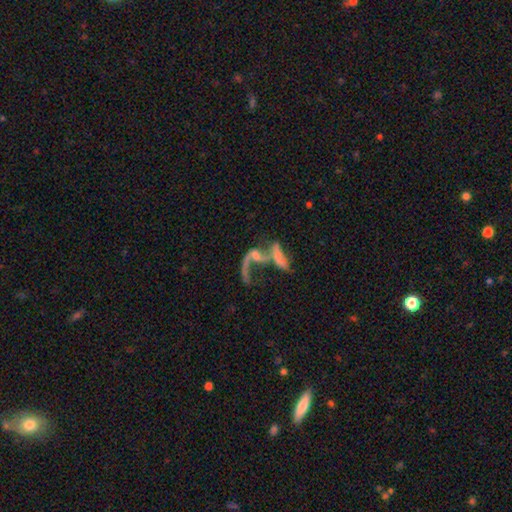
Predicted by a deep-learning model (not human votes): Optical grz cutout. It shows a featured or disk galaxy (67%) with no bar (62%), spiral arms (61%) and no central bulge (41%). Merging: merger (62%).